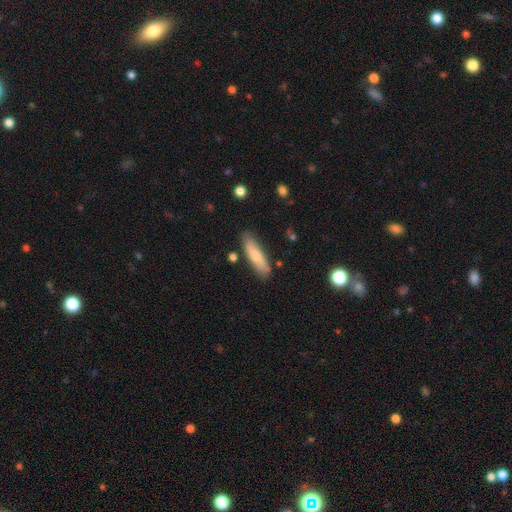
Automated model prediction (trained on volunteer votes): smooth 71%, featured or disk 23%, star or artifact 6%. Down the decision tree: how rounded — cigar-shaped (62%); merging — none (81%).